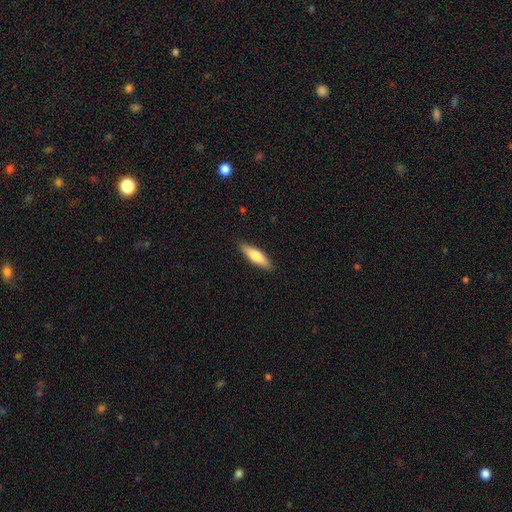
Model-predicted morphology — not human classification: Q: Smooth or featured?
A: smooth (69%); runner-up: featured or disk (25%)
Q: How rounded?
A: cigar-shaped (59%); runner-up: in between (40%)
Q: Merging?
A: none (88%); runner-up: minor disturbance (9%)